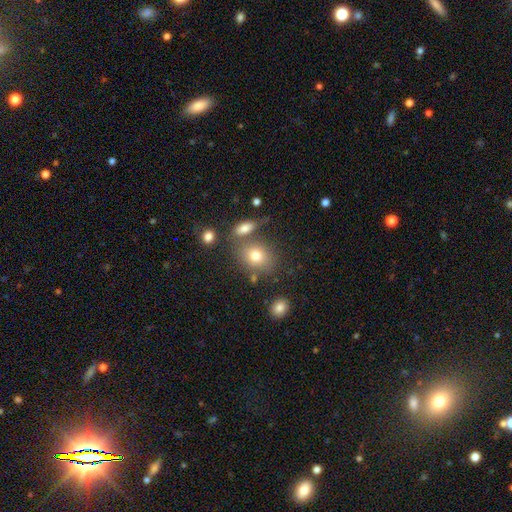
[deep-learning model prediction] Smooth or featured? smooth (76%)
How rounded? round (49%, tied with in between)
Merging? none (62%)